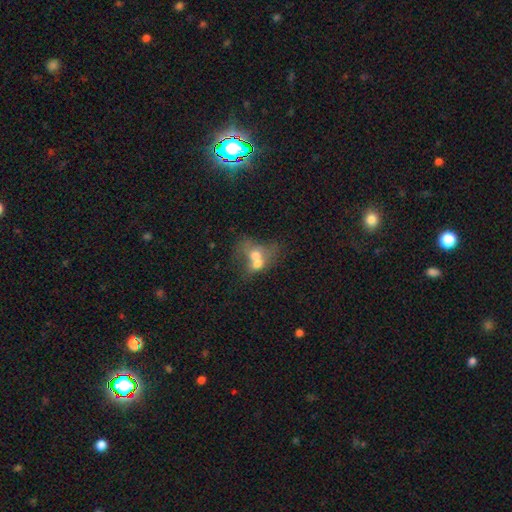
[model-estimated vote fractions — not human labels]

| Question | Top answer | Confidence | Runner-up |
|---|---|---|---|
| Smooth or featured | smooth | 57% | featured or disk (32%) |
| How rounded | in between | 51% | round (47%) |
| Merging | merger | 75% | none (13%) |